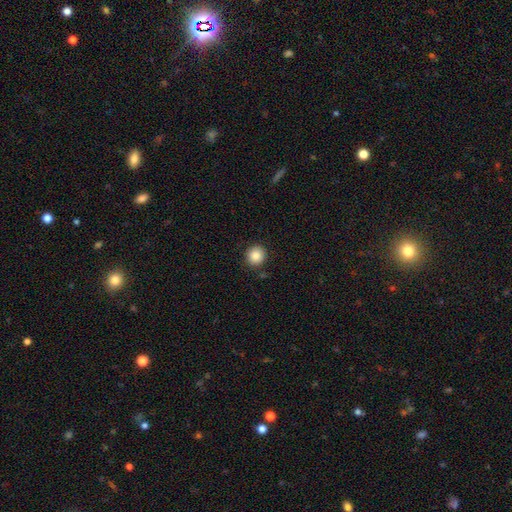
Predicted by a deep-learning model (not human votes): This appears to be a smooth galaxy with no disk features (85%) that is round (91%). Merging: none (89%).